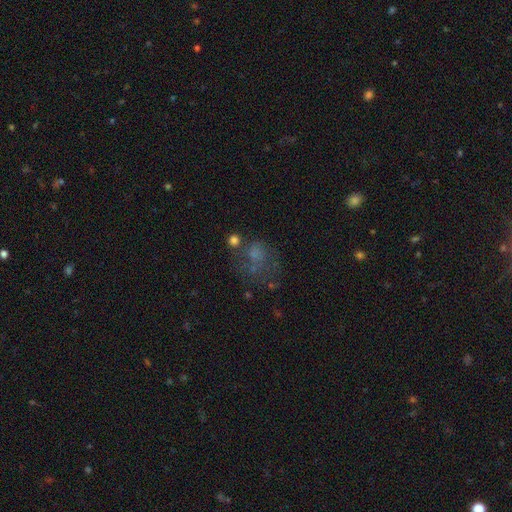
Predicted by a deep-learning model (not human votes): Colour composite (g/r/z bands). It shows a smooth galaxy with no disk features (50%) that is round (58%). Merging: none (38%).